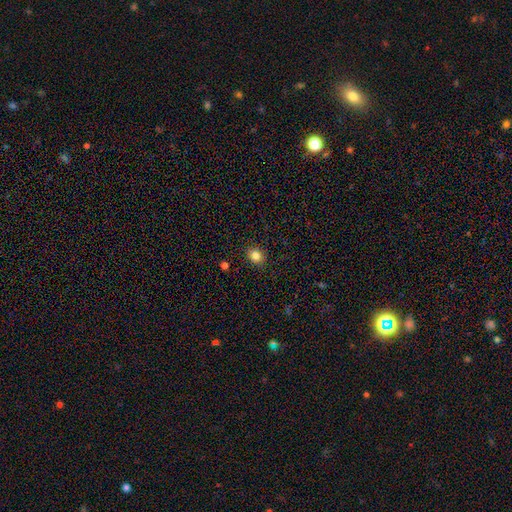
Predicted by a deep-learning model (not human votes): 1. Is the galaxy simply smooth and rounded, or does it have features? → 83% smooth, 12% star or artifact, 5% featured or disk.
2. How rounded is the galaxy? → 64% round, 35% in between, 1% cigar-shaped.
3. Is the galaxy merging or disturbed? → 90% none, 7% minor disturbance, 2% major disturbance, 1% merger.